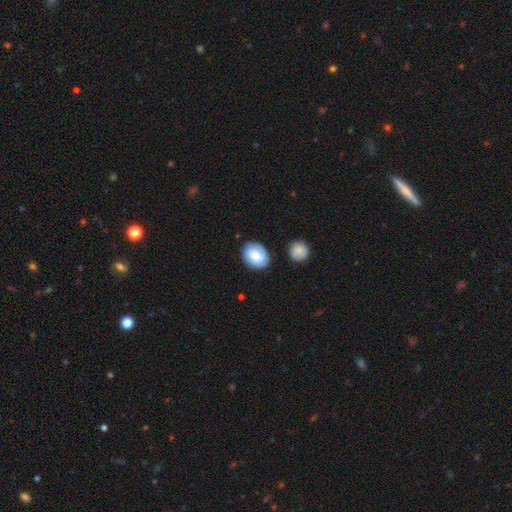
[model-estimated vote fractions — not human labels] Q: Smooth or featured?
A: smooth (69%); runner-up: featured or disk (23%)
Q: How rounded?
A: in between (59%); runner-up: round (40%)
Q: Merging?
A: none (77%); runner-up: minor disturbance (15%)